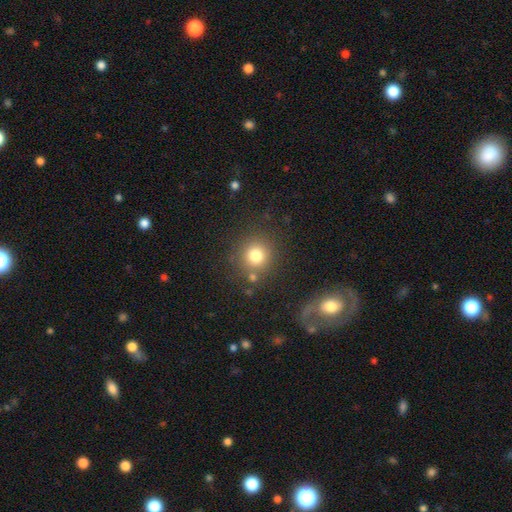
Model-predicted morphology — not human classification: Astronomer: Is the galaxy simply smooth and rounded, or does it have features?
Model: smooth — 78%.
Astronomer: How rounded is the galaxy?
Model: round — 92%.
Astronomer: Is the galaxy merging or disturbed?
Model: none — 80%.